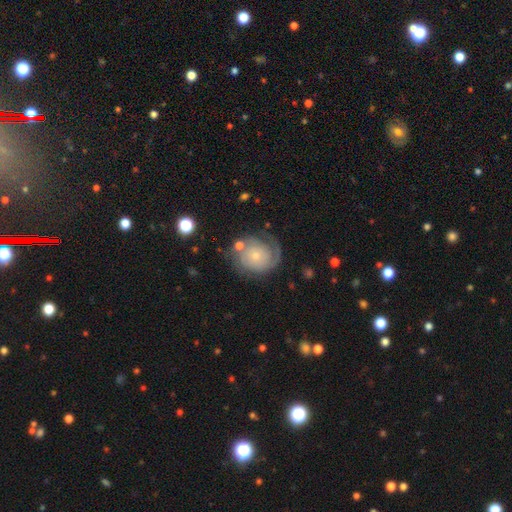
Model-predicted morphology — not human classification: Smooth or featured?
  - featured or disk: 73% *
  - smooth: 21%
  - star or artifact: 7%
Edge-on disk?
  - no: 98% *
  - yes: 2%
Bar?
  - no: 81% *
  - weak: 16%
  - strong: 3%
Spiral arms?
  - yes: 90% *
  - no: 10%
Spiral winding?
  - tight: 59% *
  - medium: 28%
  - loose: 13%
Spiral arm count?
  - 2: 45% *
  - 1: 23%
  - can't tell: 20%
  - 3: 7%
  - 4: 3%
  - more than 4: 3%
Bulge size?
  - small: 72% *
  - moderate: 21%
  - none: 3%
  - large: 2%
  - dominant: 1%
Merging?
  - none: 61% *
  - minor disturbance: 19%
  - major disturbance: 13%
  - merger: 6%